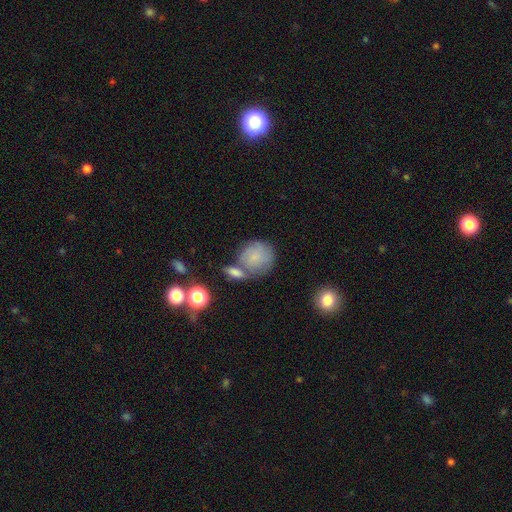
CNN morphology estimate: smooth 70%, featured or disk 22%, star or artifact 9%. Down the decision tree: how rounded — round (79%); merging — none (46%).